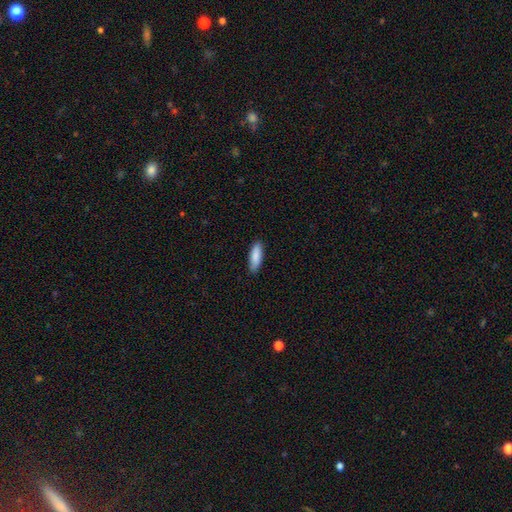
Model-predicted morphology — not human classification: Q: Smooth or featured?
A: smooth (88%); runner-up: featured or disk (6%)
Q: How rounded?
A: in between (55%); runner-up: cigar-shaped (44%)
Q: Merging?
A: none (87%); runner-up: minor disturbance (10%)